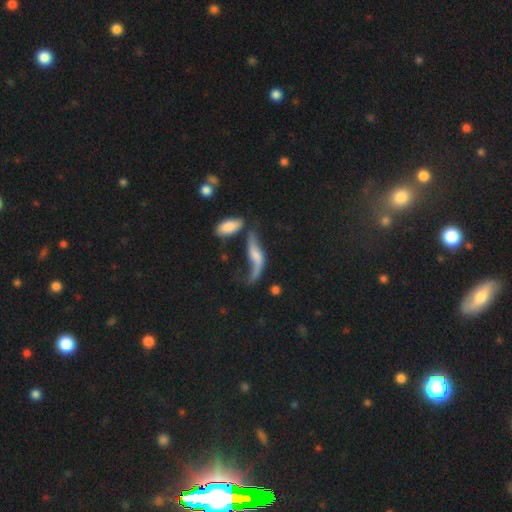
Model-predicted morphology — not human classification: Overall: featured or disk (70%). Edge-on disk: no (78%). Bar: no (55%; weak 32%). Spiral arms: yes (85%). Bulge size: small (38%; moderate 27%). Merging: none (38%; major disturbance 24%).